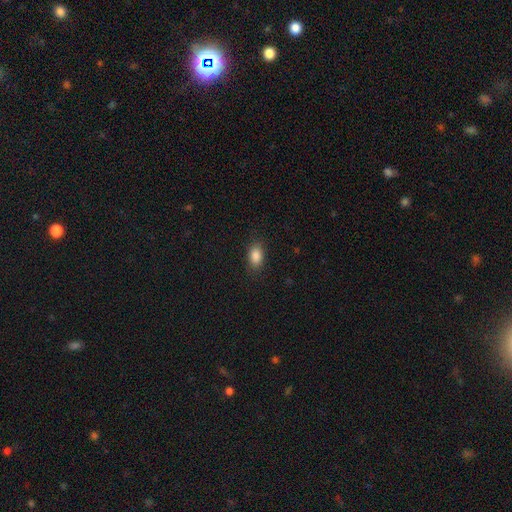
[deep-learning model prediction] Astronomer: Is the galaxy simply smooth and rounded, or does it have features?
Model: smooth — 87%.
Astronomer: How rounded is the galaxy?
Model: in between — 88%.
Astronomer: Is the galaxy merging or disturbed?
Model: none — 86%.